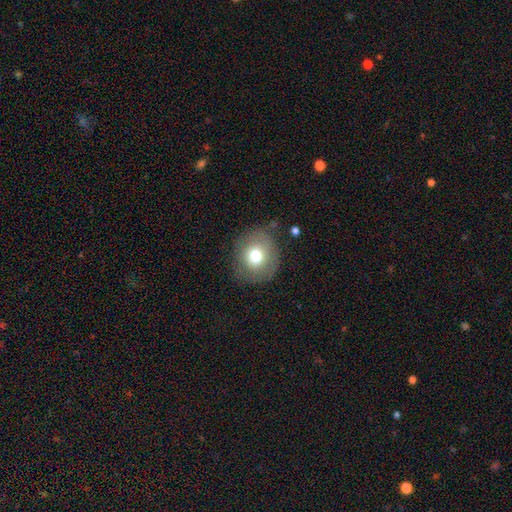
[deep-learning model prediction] smooth 72%, featured or disk 18%, star or artifact 10%. Down the decision tree: how rounded — round (81%); merging — none (79%).